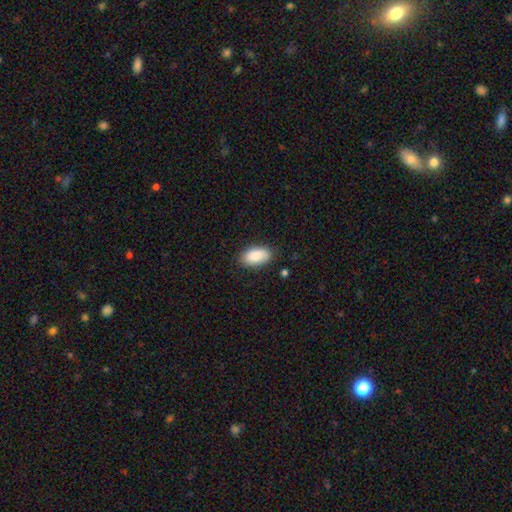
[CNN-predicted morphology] smooth_or_featured: smooth (p=0.87) [alt: star or artifact p=0.06]
how_rounded: in between (p=0.94) [alt: round p=0.03]
merging: none (p=0.84) [alt: minor disturbance p=0.12]